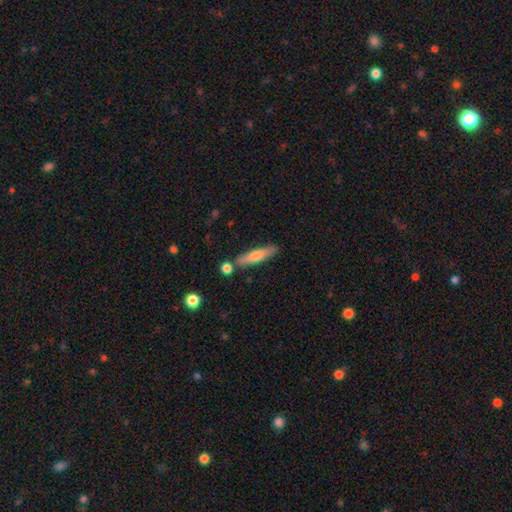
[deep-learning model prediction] Morphology: type=smooth (62%); roundness=cigar-shaped (81%); merging=none (79%).